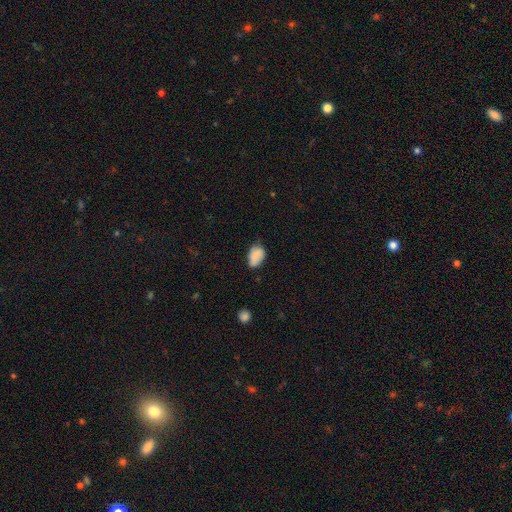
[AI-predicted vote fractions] smooth-or-featured: smooth: 84% | star or artifact: 8% | featured or disk: 8%
  how-rounded: in between: 85% | round: 14% | cigar-shaped: 1%
  merging: none: 58% | minor disturbance: 33% | major disturbance: 6% | merger: 2%